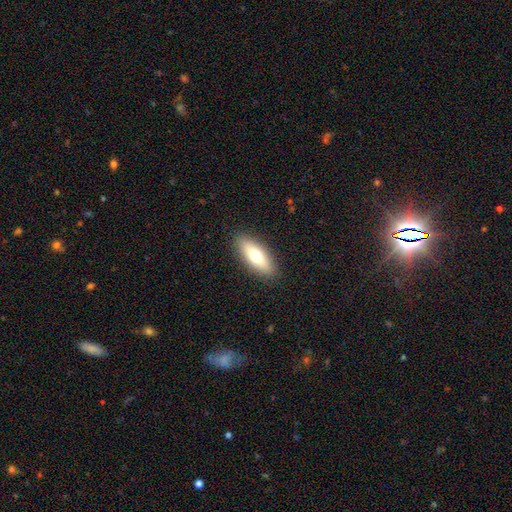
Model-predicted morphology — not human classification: A smooth galaxy with no disk features (68%) that is in between round and cigar-shaped (68%).

Vote fractions:
- Smooth or featured? smooth: 68% / featured or disk: 26% / star or artifact: 6%
- How rounded? in between: 68% / cigar-shaped: 29% / round: 3%
- Merging? none: 89% / minor disturbance: 8% / major disturbance: 2% / merger: 1%